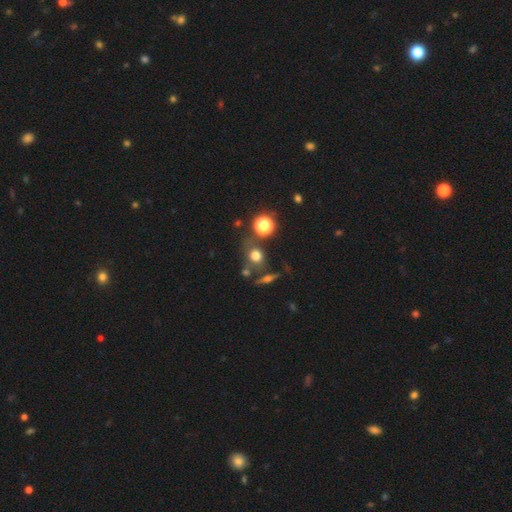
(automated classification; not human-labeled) This is likely a smooth galaxy (66%). How rounded: likely round (74%). Merging: likely none (66%).